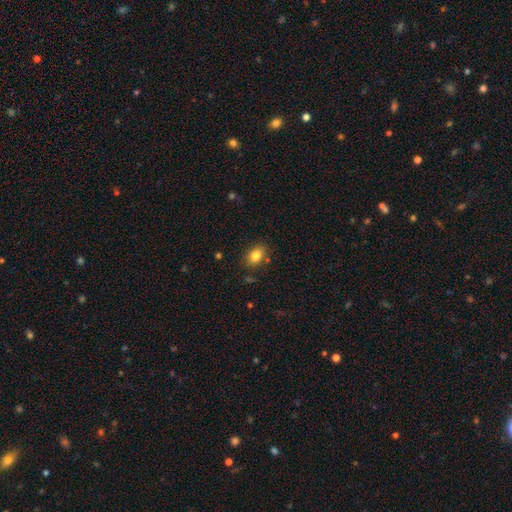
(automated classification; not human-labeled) Smooth or featured? Predicted: smooth (p=0.83). How rounded? Predicted: in between (p=0.78). Merging? Predicted: none (p=0.81).